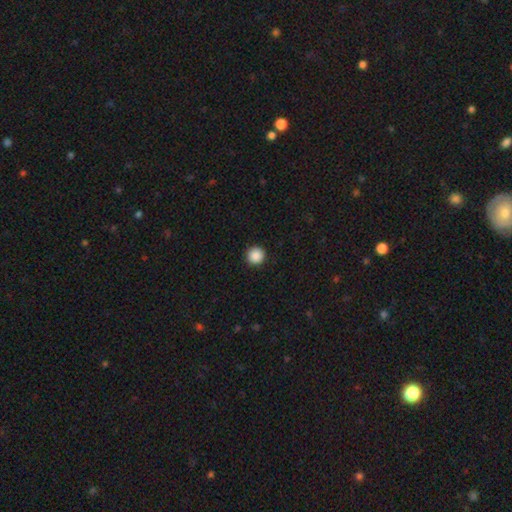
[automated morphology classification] This appears to be a smooth galaxy with no disk features (89%) that is round (96%). Merging: none (93%).